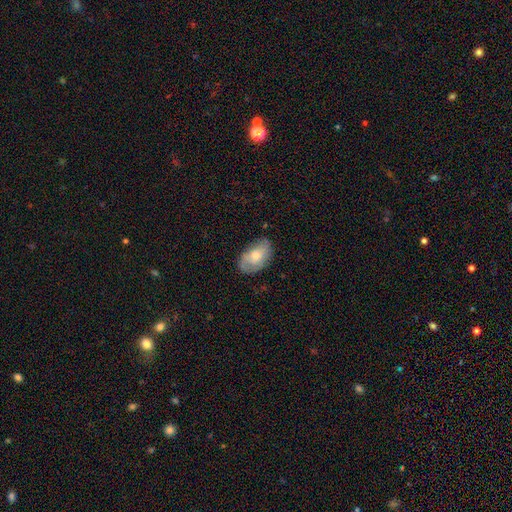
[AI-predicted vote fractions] smooth 53%, featured or disk 39%, star or artifact 7%. Down the decision tree: how rounded — in between (91%); merging — none (69%).